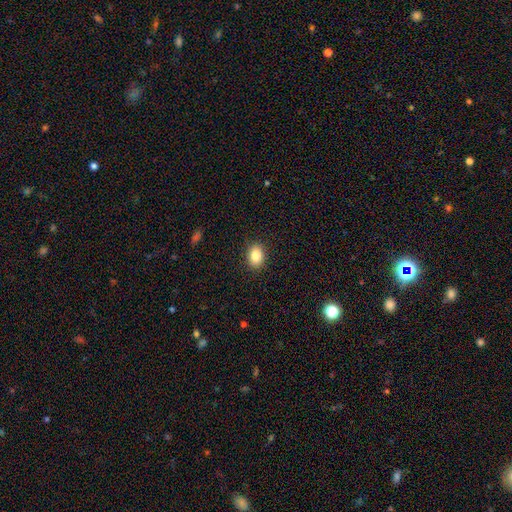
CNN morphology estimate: A smooth galaxy with no disk features (85%) that is in between round and cigar-shaped (72%).

Vote fractions:
- Smooth or featured? smooth: 85% / star or artifact: 9% / featured or disk: 7%
- How rounded? in between: 72% / round: 27% / cigar-shaped: 1%
- Merging? none: 89% / minor disturbance: 8% / major disturbance: 2% / merger: 1%